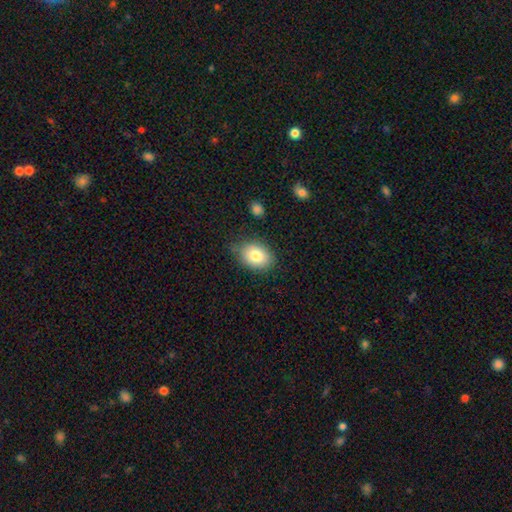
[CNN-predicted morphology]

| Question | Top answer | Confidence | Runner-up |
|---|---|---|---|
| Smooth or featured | smooth | 82% | featured or disk (11%) |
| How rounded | in between | 75% | round (24%) |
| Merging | none | 73% | minor disturbance (20%) |